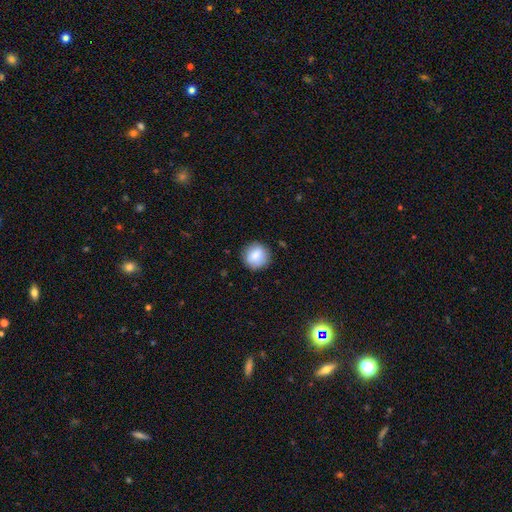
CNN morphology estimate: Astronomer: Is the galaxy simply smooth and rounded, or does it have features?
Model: smooth — 84%.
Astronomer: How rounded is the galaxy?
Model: round — 90%.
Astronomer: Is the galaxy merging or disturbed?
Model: none — 86%.